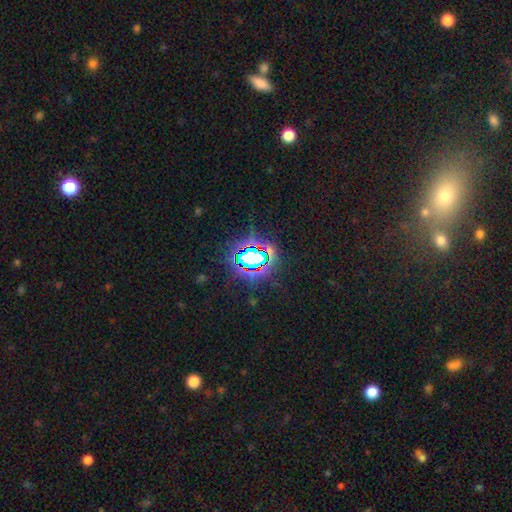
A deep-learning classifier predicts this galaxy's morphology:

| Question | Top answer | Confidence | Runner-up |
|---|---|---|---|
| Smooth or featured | star or artifact | 74% | smooth (15%) |